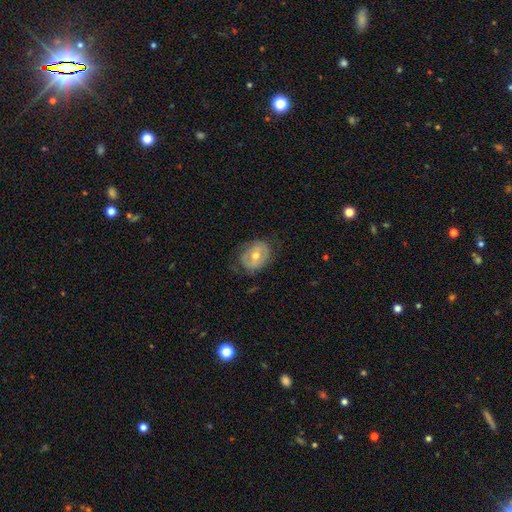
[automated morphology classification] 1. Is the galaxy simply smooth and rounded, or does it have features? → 52% featured or disk, 40% smooth, 8% star or artifact.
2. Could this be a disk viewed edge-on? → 94% no, 6% yes.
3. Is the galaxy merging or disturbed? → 68% none, 21% minor disturbance, 9% major disturbance, 1% merger.